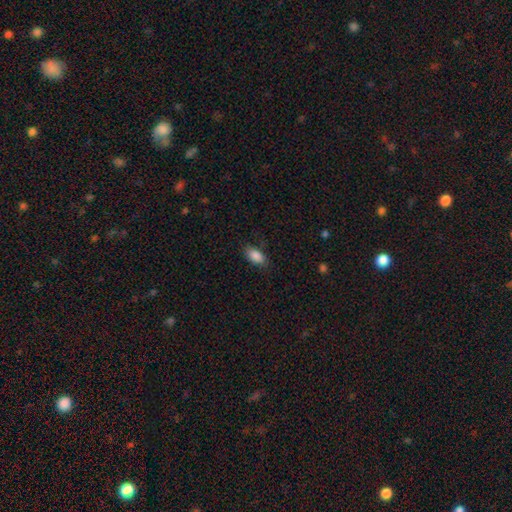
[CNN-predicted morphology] A smooth galaxy with no disk features (88%) that is in between round and cigar-shaped (92%). Merging: none (83%).